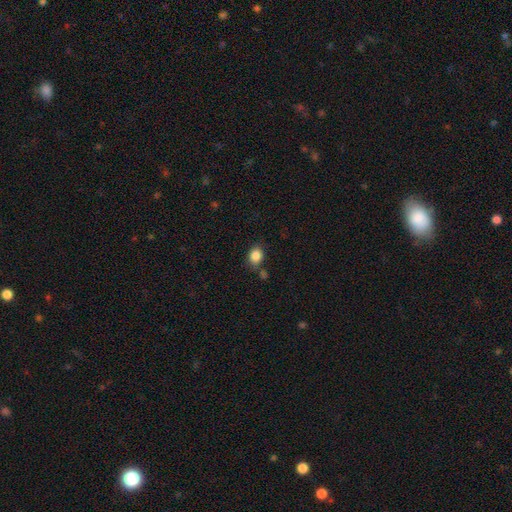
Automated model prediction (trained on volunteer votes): The model was most divided on "how rounded": in between: 57%, round: 42%, cigar-shaped: 1%. More confident: smooth or featured — smooth (86%); merging — none (75%).